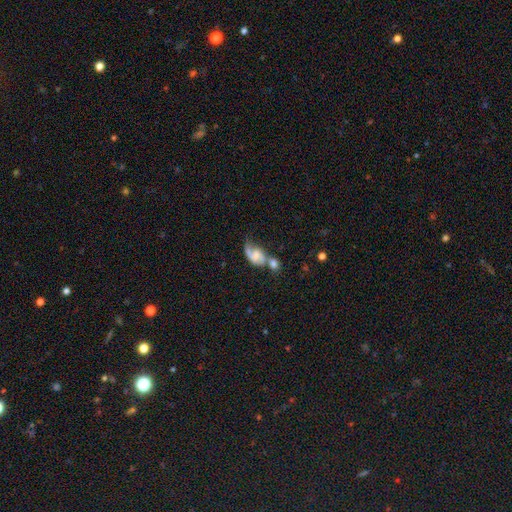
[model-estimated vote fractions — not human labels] Smooth or featured?
  - featured or disk: 57% *
  - smooth: 34%
  - star or artifact: 9%
Edge-on disk?
  - no: 97% *
  - yes: 3%
Bar?
  - no: 54% *
  - weak: 35%
  - strong: 10%
Spiral arms?
  - yes: 81% *
  - no: 19%
Bulge size?
  - none: 35% *
  - small: 29%
  - moderate: 24%
  - large: 9%
  - dominant: 3%
Merging?
  - merger: 45% *
  - none: 22%
  - major disturbance: 18%
  - minor disturbance: 15%